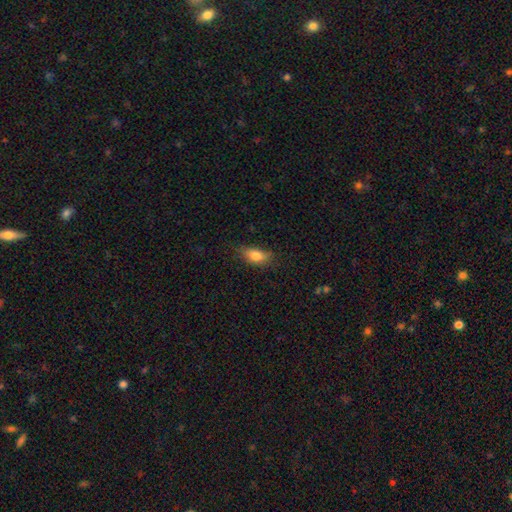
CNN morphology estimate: Smooth or featured: smooth — 82% (featured or disk — 10%)
How rounded: in between — 85% (cigar-shaped — 9%)
Merging: none — 69% (minor disturbance — 24%)